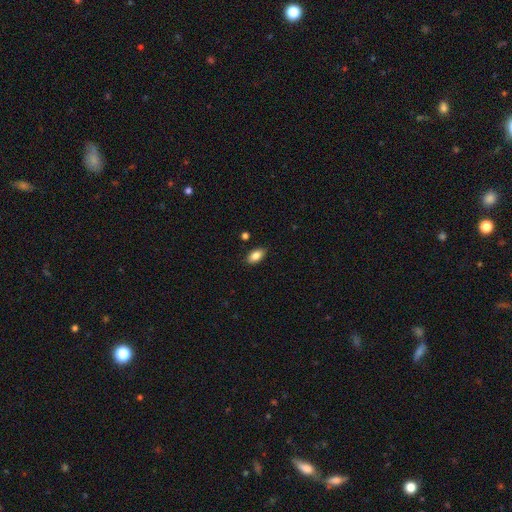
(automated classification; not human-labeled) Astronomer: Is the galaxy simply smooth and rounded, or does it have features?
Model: smooth — 85%.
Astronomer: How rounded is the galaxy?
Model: in between — 92%.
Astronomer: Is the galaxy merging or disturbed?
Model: none — 87%.